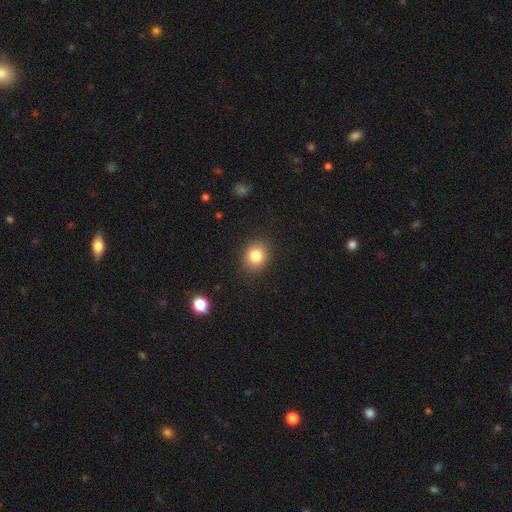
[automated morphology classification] smooth 82%, star or artifact 11%, featured or disk 8%. Down the decision tree: how rounded — round (69%); merging — none (88%).